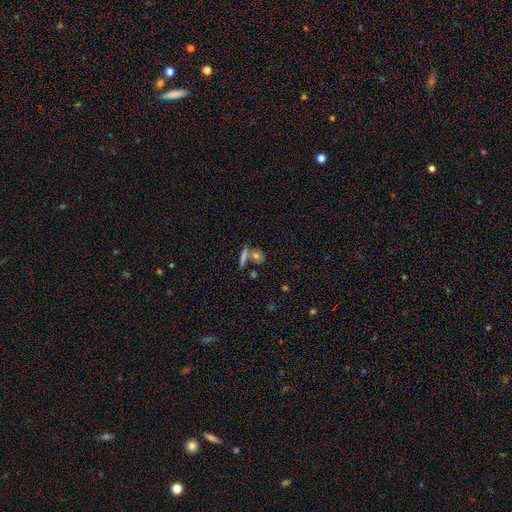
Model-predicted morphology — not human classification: Q: Smooth or featured?
A: smooth (54%); runner-up: featured or disk (27%)
Q: How rounded?
A: round (47%); runner-up: in between (35%)
Q: Merging?
A: none (62%); runner-up: merger (24%)